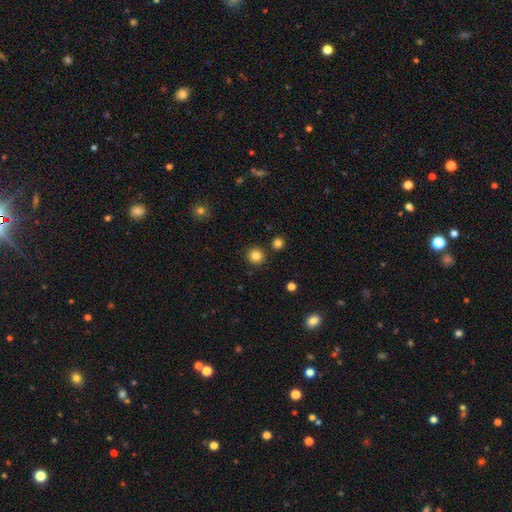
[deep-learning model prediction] A smooth galaxy with no disk features (84%) that is round (93%). Merging: none (89%).